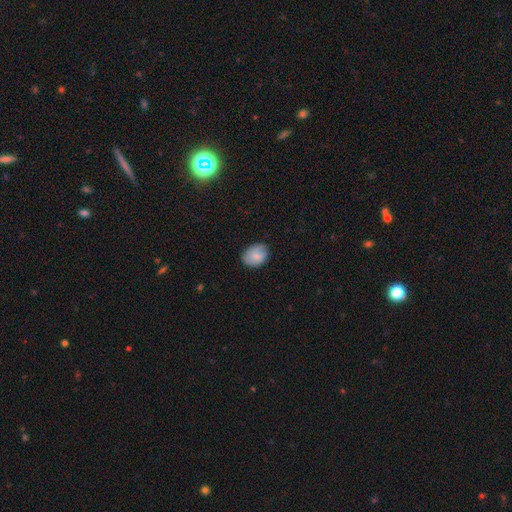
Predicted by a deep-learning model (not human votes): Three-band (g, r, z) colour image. It shows a smooth galaxy with no disk features (80%) that is in between round and cigar-shaped (61%). Merging: none (76%).